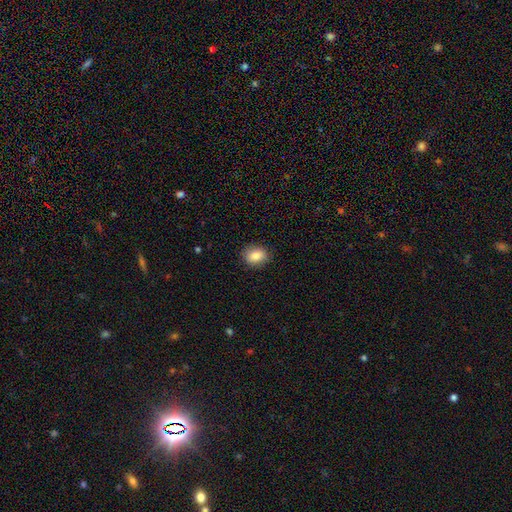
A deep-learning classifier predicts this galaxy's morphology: Overall: smooth (84%). How rounded: round (50%; in between 49%). Merging: none (87%).